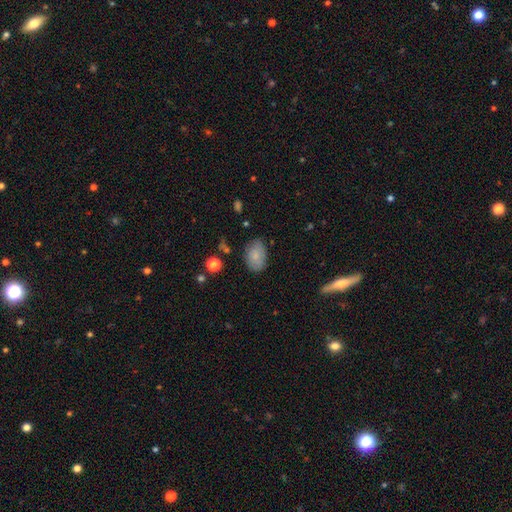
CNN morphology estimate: smooth 80%, featured or disk 12%, star or artifact 7%. Down the decision tree: how rounded — in between (87%); merging — none (77%).